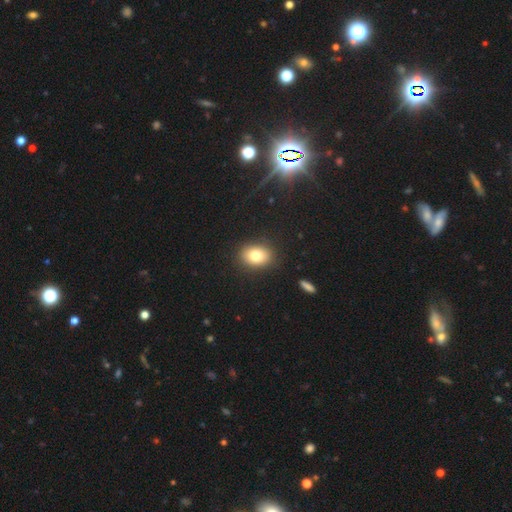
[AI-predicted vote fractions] smooth_or_featured: smooth (p=0.80) [alt: featured or disk p=0.11]
how_rounded: in between (p=0.72) [alt: round p=0.27]
merging: none (p=0.87) [alt: minor disturbance p=0.09]